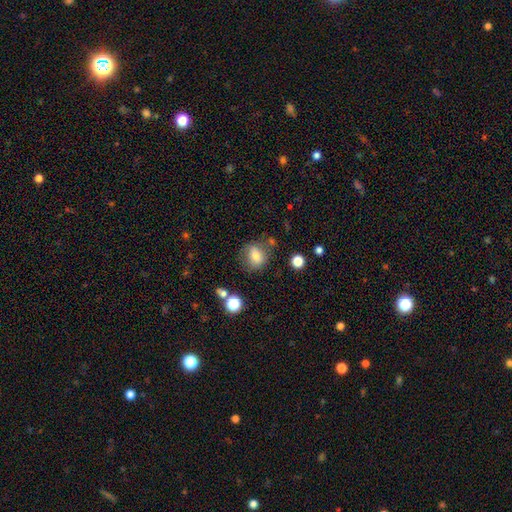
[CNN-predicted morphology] smooth 75%, featured or disk 14%, star or artifact 11%. Down the decision tree: how rounded — round (61%); merging — none (66%).